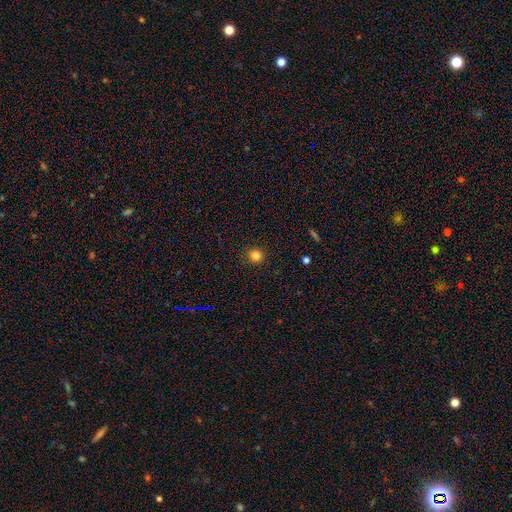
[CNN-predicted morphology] Overall: smooth (82%). How rounded: round (92%). Merging: none (91%).